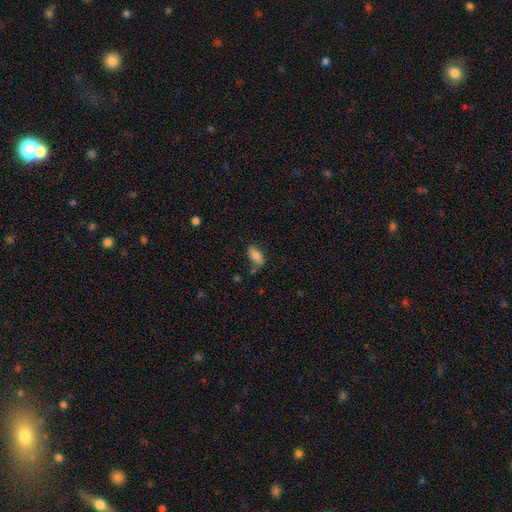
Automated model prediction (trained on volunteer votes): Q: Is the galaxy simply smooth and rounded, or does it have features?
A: smooth — 76%.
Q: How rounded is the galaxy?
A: in between — 89%.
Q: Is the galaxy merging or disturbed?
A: none — 63%.